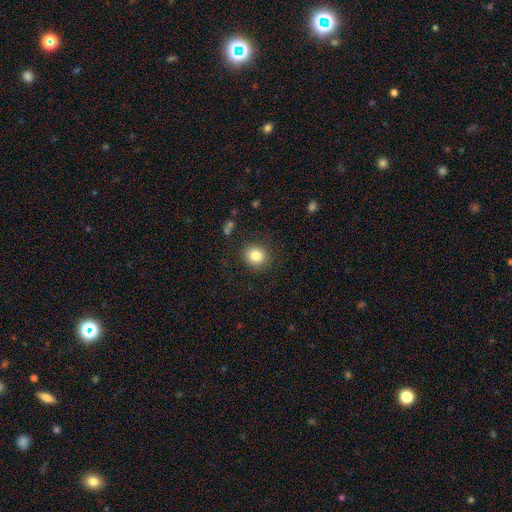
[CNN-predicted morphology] This is clearly a smooth galaxy (83%). How rounded: clearly round (82%). Merging: clearly none (87%).